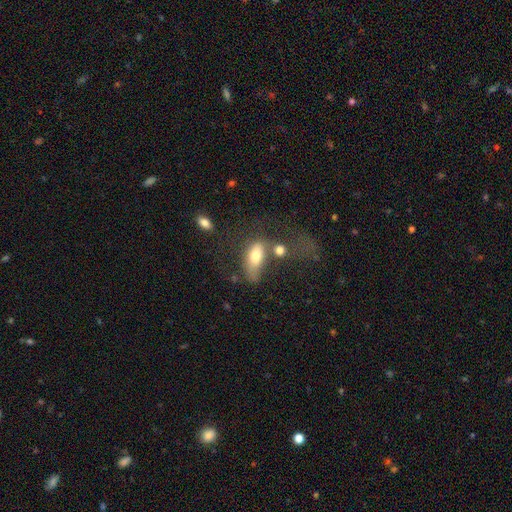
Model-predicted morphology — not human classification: The model was most divided on "merging": merger: 32%, major disturbance: 27%, none: 25%, minor disturbance: 17%. More confident: how rounded — in between (82%); smooth or featured — smooth (68%).